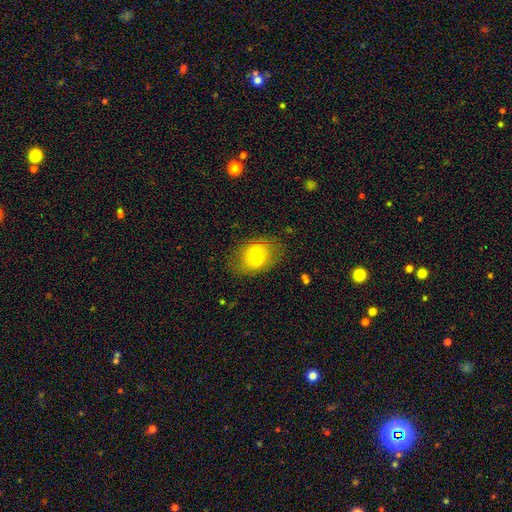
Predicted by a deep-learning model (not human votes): Smooth or featured? smooth (66%)
How rounded? in between (68%)
Merging? none (75%)